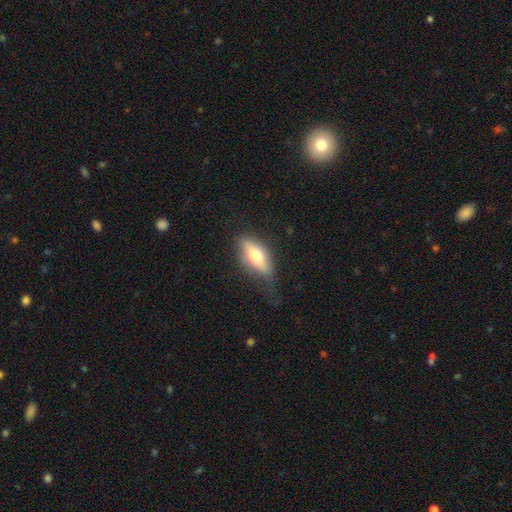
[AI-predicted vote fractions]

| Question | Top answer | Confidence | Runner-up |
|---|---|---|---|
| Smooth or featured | smooth | 59% | featured or disk (34%) |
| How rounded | in between | 75% | cigar-shaped (21%) |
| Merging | none | 52% | minor disturbance (31%) |